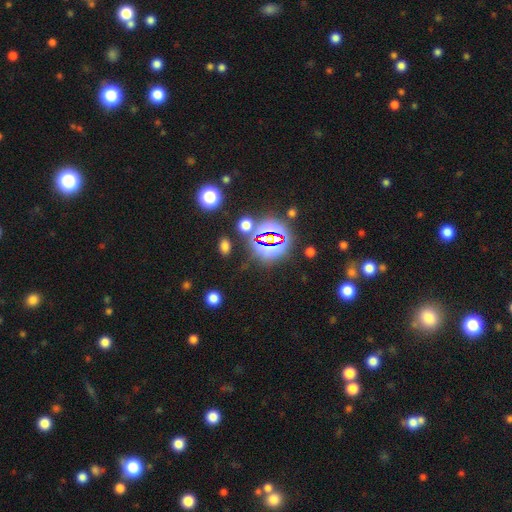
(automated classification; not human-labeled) A star or artifact, not a galaxy (80%).